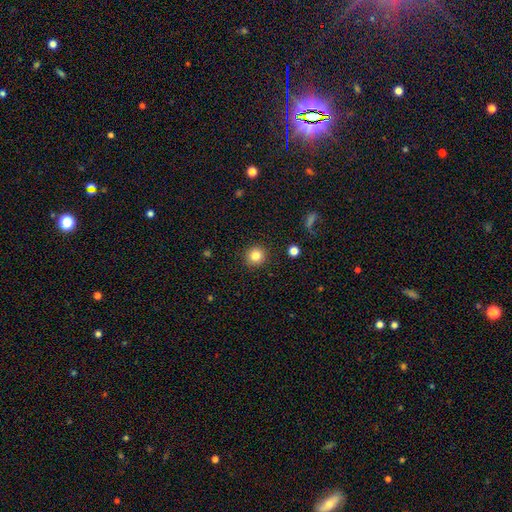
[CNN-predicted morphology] This is clearly a smooth galaxy (83%). How rounded: clearly round (93%). Merging: clearly none (91%).